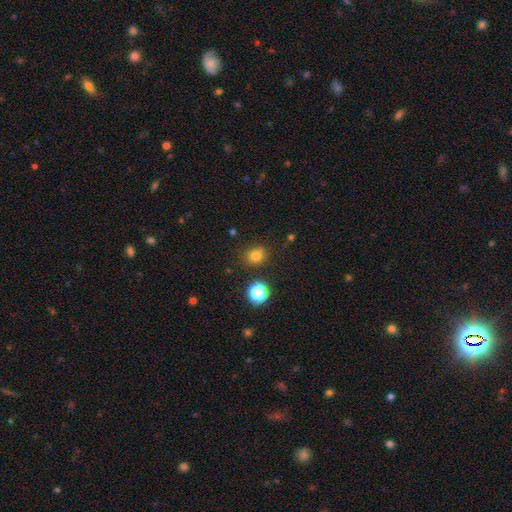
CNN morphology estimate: smooth_or_featured: smooth (p=0.76) [alt: star or artifact p=0.18]
how_rounded: round (p=0.74) [alt: in between p=0.25]
merging: none (p=0.81) [alt: minor disturbance p=0.12]